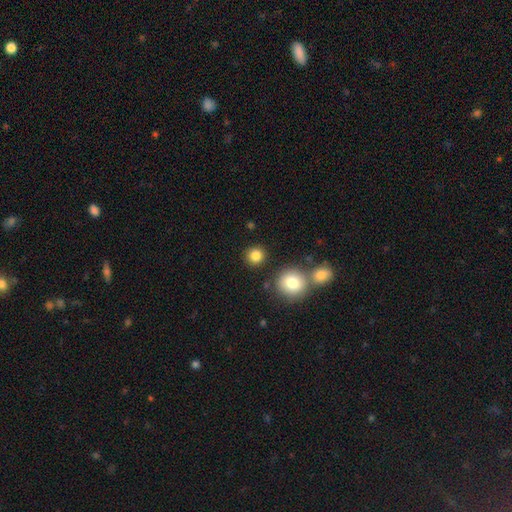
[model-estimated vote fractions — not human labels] Overall: smooth (84%). How rounded: round (90%). Merging: none (85%).